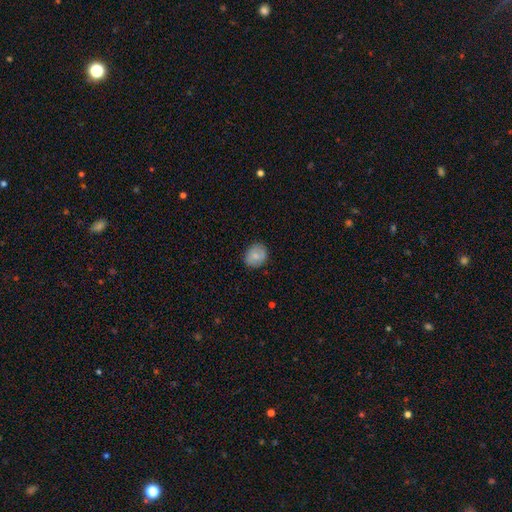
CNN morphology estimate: A smooth galaxy with no disk features (77%) that is round (66%).

Vote fractions:
- Smooth or featured? smooth: 77% / featured or disk: 15% / star or artifact: 7%
- How rounded? round: 66% / in between: 33% / cigar-shaped: 1%
- Merging? none: 84% / minor disturbance: 12% / major disturbance: 3% / merger: 1%